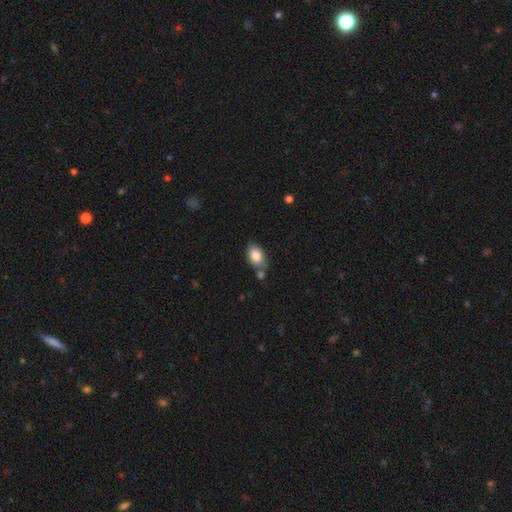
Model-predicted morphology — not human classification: This is clearly a smooth galaxy (82%). How rounded: clearly in between (84%). Merging: possibly none (56%).